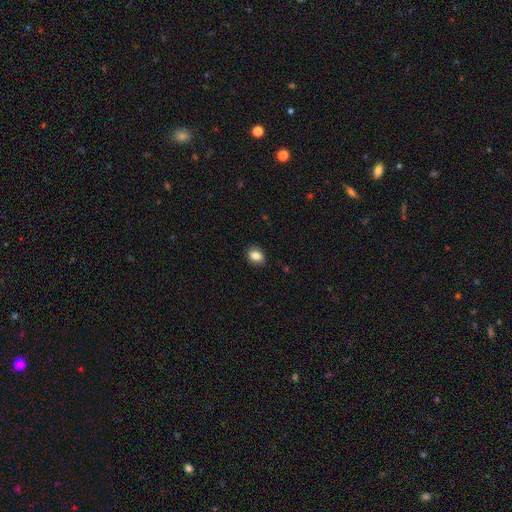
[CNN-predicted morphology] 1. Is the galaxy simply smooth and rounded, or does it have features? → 84% smooth, 9% star or artifact, 7% featured or disk.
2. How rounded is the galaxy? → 70% in between, 29% round, 1% cigar-shaped.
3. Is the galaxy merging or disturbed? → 85% none, 11% minor disturbance, 2% major disturbance, 1% merger.